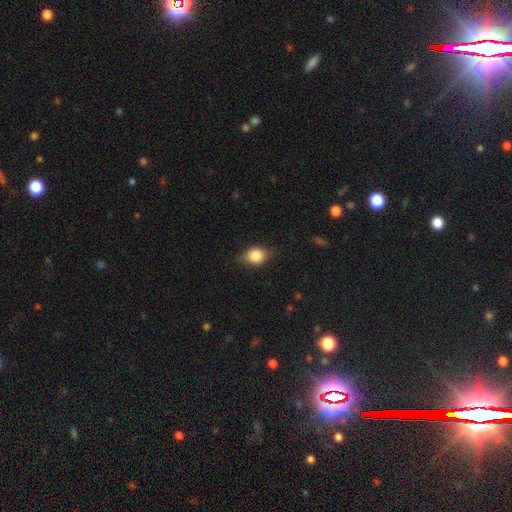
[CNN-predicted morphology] The model was most divided on "how rounded": round: 55%, in between: 43%, cigar-shaped: 2%. More confident: smooth or featured — smooth (77%); merging — none (70%).